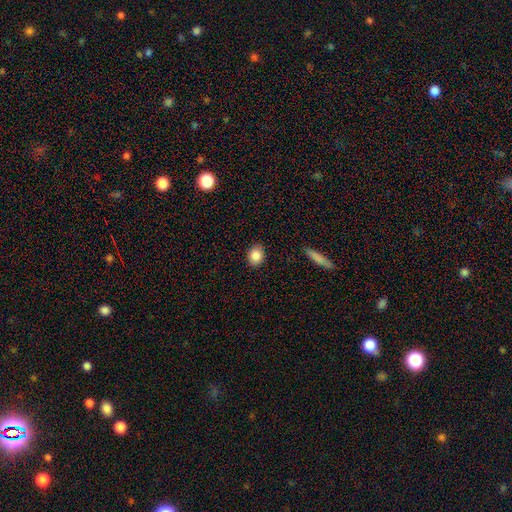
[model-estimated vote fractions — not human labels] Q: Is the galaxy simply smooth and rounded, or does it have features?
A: smooth — 86%.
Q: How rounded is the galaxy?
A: in between — 55%.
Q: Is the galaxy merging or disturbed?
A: none — 89%.